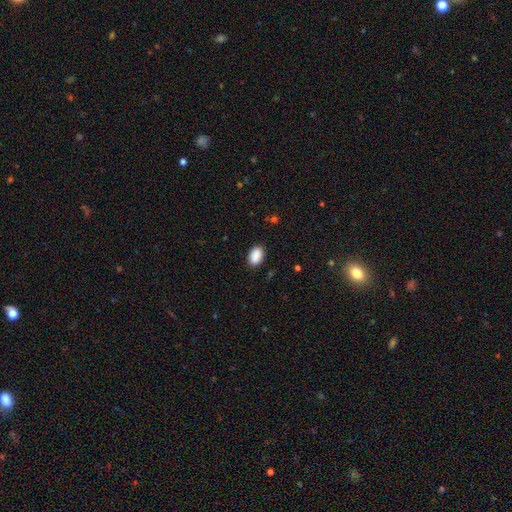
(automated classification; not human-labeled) This appears to be a smooth galaxy with no disk features (90%) that is in between round and cigar-shaped (91%). Merging: none (87%).